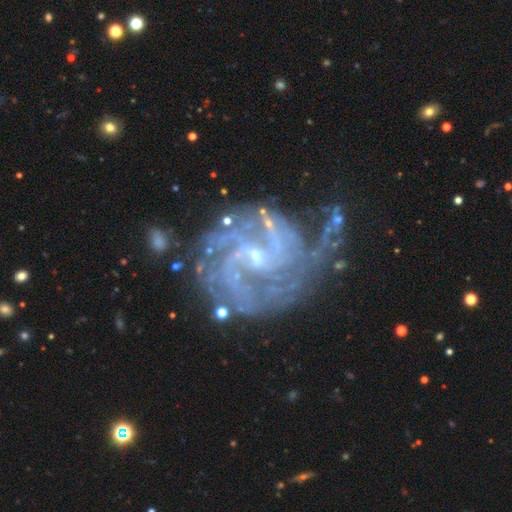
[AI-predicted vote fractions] Smooth or featured? featured or disk (90%)
Edge-on disk? no (98%)
Bar? weak (48%)
Spiral arms? yes (98%)
Spiral winding? tight (56%)
Spiral arm count? 2 (25%)
Bulge size? small (76%)
Merging? none (61%)